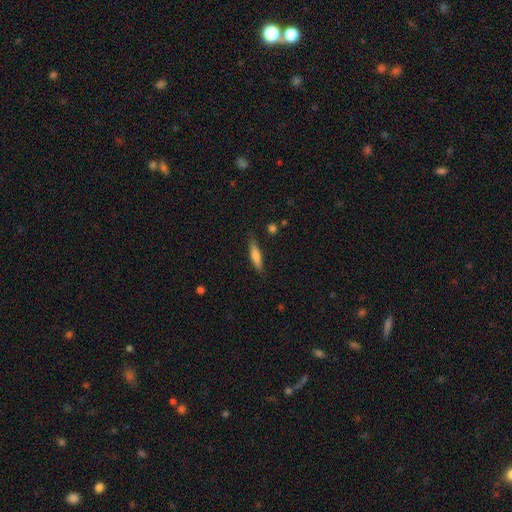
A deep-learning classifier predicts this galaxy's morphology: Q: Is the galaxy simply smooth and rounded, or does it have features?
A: smooth — 71%.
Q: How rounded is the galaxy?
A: cigar-shaped — 77%.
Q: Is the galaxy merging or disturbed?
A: none — 84%.